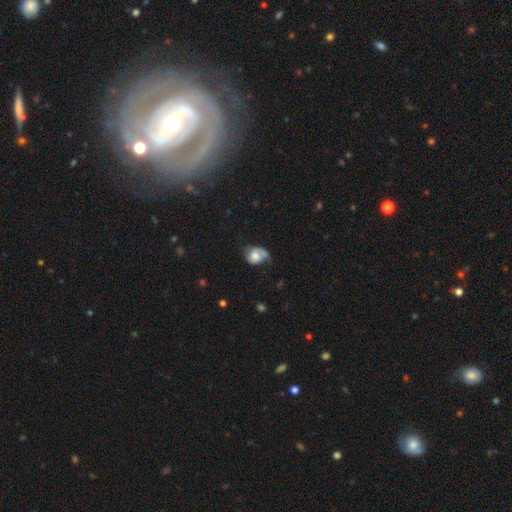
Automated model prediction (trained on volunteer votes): Smooth or featured: featured or disk — 47% (smooth — 45%)
Merging: none — 40% (minor disturbance — 34%)